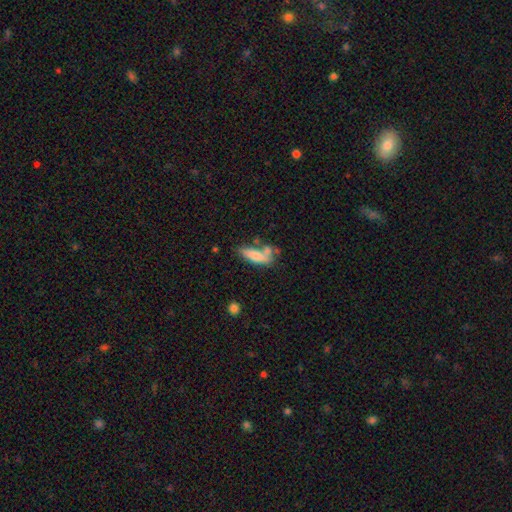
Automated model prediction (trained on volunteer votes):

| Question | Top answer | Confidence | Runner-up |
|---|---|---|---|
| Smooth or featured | smooth | 71% | featured or disk (21%) |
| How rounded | cigar-shaped | 49% | tied: in between (49%) |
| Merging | none | 43% | merger (26%) |